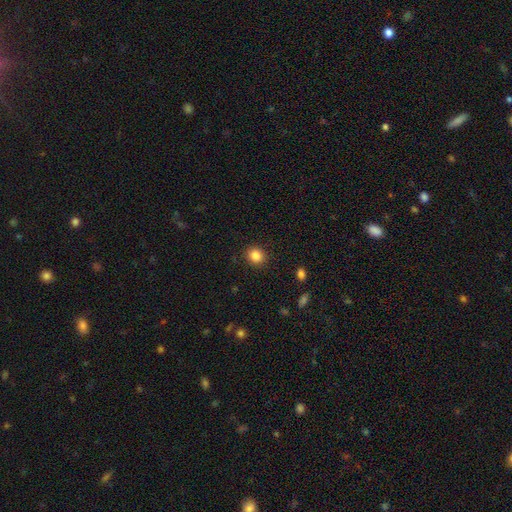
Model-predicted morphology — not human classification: smooth_or_featured: smooth (p=0.85) [alt: star or artifact p=0.11]
how_rounded: round (p=0.79) [alt: in between p=0.20]
merging: none (p=0.90) [alt: minor disturbance p=0.07]